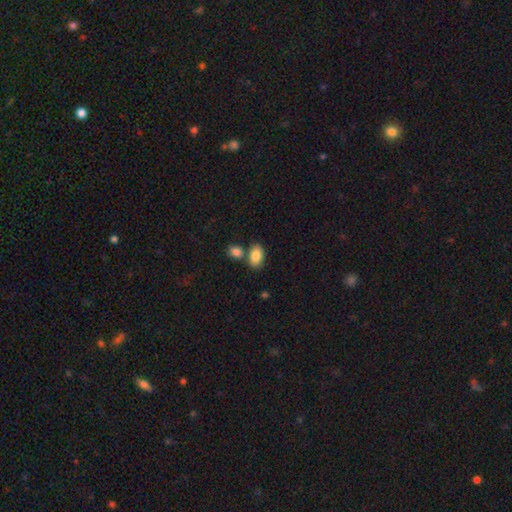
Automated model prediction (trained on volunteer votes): smooth 86%, star or artifact 7%, featured or disk 7%. Down the decision tree: how rounded — in between (88%); merging — none (65%).